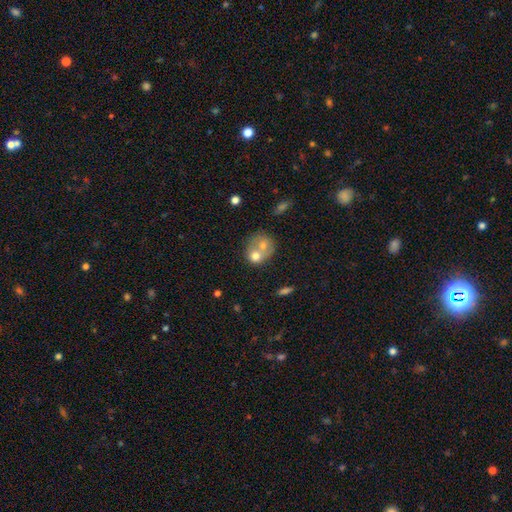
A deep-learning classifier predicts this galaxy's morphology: smooth_or_featured: smooth (p=0.65) [alt: featured or disk p=0.26]
how_rounded: round (p=0.67) [alt: in between p=0.32]
merging: merger (p=0.68) [alt: none p=0.21]